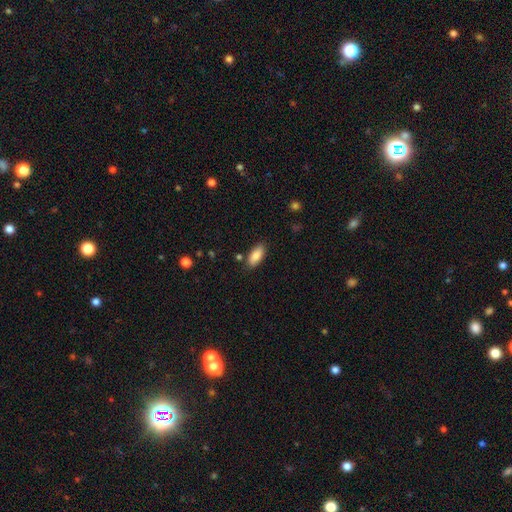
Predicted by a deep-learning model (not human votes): Q: Smooth or featured?
A: smooth (83%); runner-up: featured or disk (10%)
Q: How rounded?
A: in between (87%); runner-up: cigar-shaped (11%)
Q: Merging?
A: none (84%); runner-up: minor disturbance (11%)